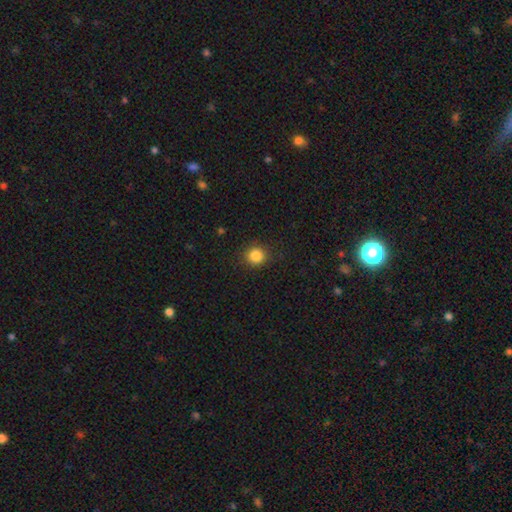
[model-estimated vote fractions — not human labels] This appears to be a smooth galaxy with no disk features (85%) that is round (89%). Merging: none (89%).